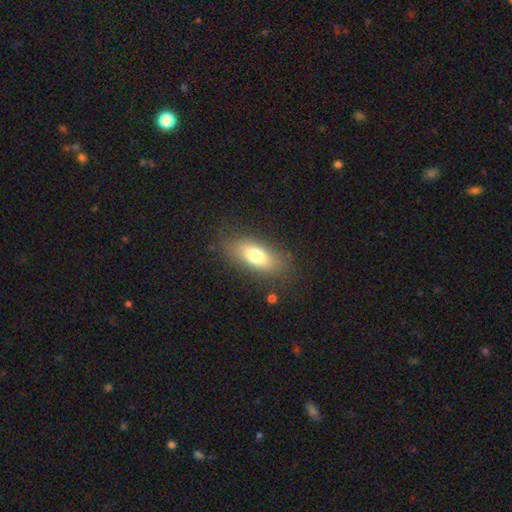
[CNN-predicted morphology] Smooth or featured?
  - smooth: 72% *
  - featured or disk: 20%
  - star or artifact: 9%
How rounded?
  - in between: 80% *
  - cigar-shaped: 15%
  - round: 5%
Merging?
  - none: 79% *
  - minor disturbance: 14%
  - major disturbance: 6%
  - merger: 1%